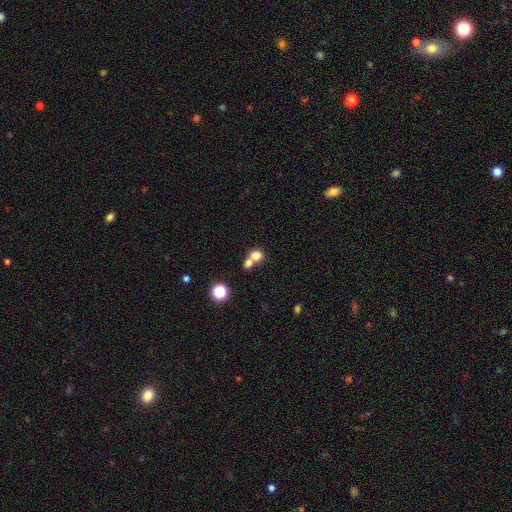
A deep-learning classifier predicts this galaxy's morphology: A smooth galaxy with no disk features (76%) that is round (77%).

Vote fractions:
- Smooth or featured? smooth: 76% / star or artifact: 13% / featured or disk: 11%
- How rounded? round: 77% / in between: 22% / cigar-shaped: 1%
- Merging? merger: 55% / none: 37% / minor disturbance: 6% / major disturbance: 3%